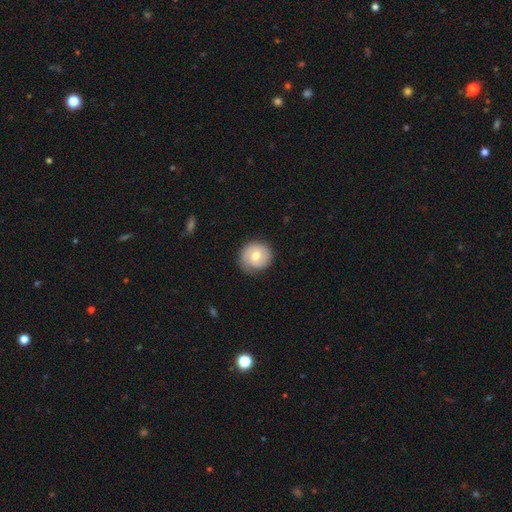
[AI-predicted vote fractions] smooth_or_featured: featured or disk (p=0.49) [alt: smooth p=0.45]
merging: none (p=0.80) [alt: minor disturbance p=0.15]